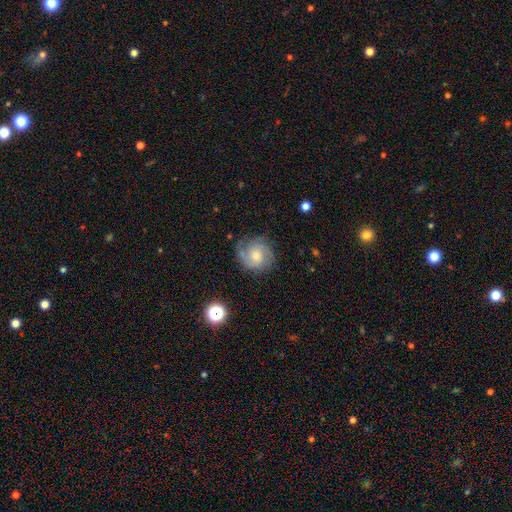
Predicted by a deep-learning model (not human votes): Smooth or featured? Predicted: featured or disk (p=0.69). Edge-on disk? Predicted: no (p=0.98). Bar? Predicted: no (p=0.69). Spiral arms? Predicted: yes (p=0.92). Spiral winding? Predicted: tight (p=0.49). Spiral arm count? Predicted: 2 (p=0.35). Bulge size? Predicted: small (p=0.47). Merging? Predicted: none (p=0.71).